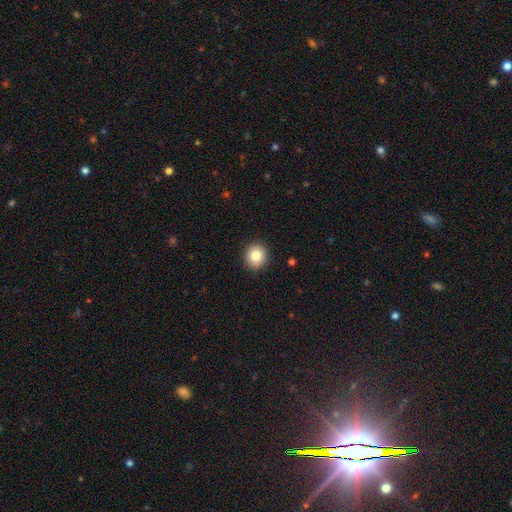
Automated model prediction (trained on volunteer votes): Smooth or featured? smooth (83%)
How rounded? round (85%)
Merging? none (91%)